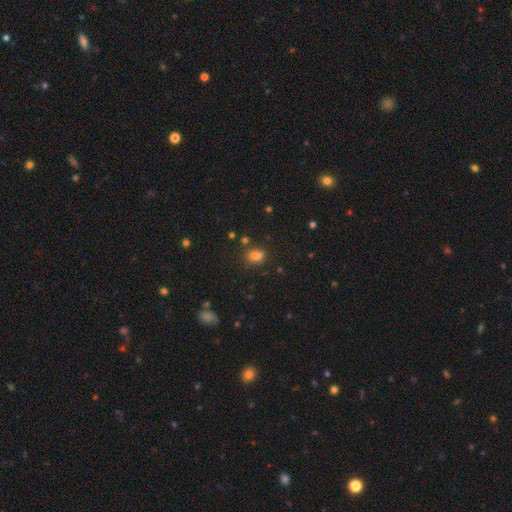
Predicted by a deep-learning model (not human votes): Smooth or featured?
  - smooth: 75% *
  - star or artifact: 16%
  - featured or disk: 9%
How rounded?
  - in between: 64% *
  - round: 34%
  - cigar-shaped: 2%
Merging?
  - none: 58% *
  - minor disturbance: 19%
  - merger: 15%
  - major disturbance: 8%